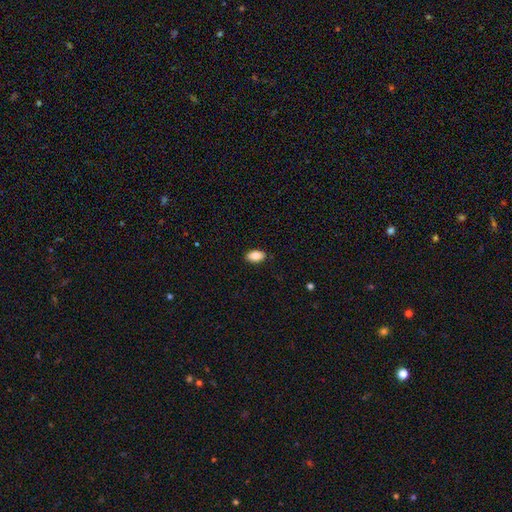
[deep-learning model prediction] Smooth or featured: smooth — 84% (featured or disk — 8%)
How rounded: in between — 92% (round — 6%)
Merging: none — 89% (minor disturbance — 8%)